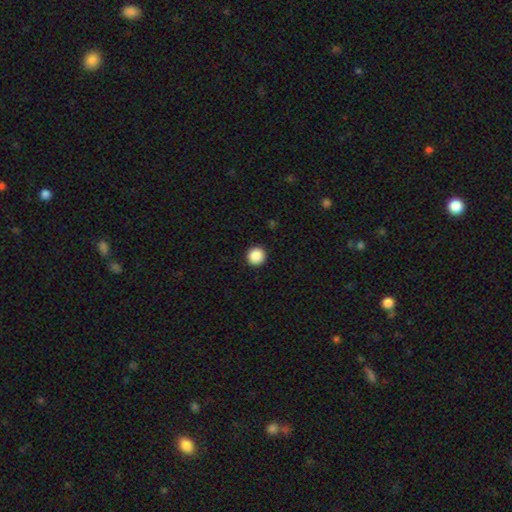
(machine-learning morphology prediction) This is clearly a smooth galaxy (88%). How rounded: clearly round (95%). Merging: clearly none (94%).